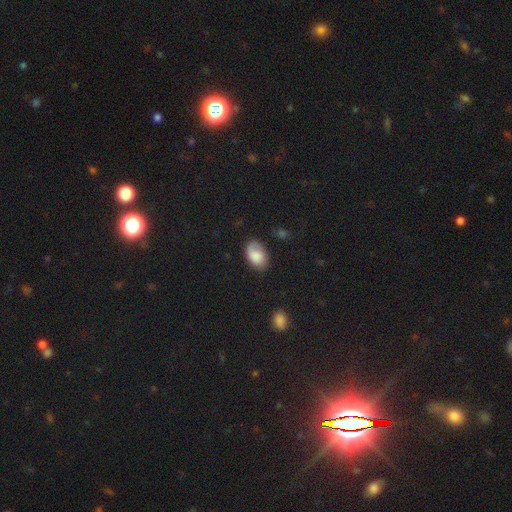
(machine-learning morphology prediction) This appears to be a smooth galaxy with no disk features (79%) that is in between round and cigar-shaped (88%). Merging: none (66%).